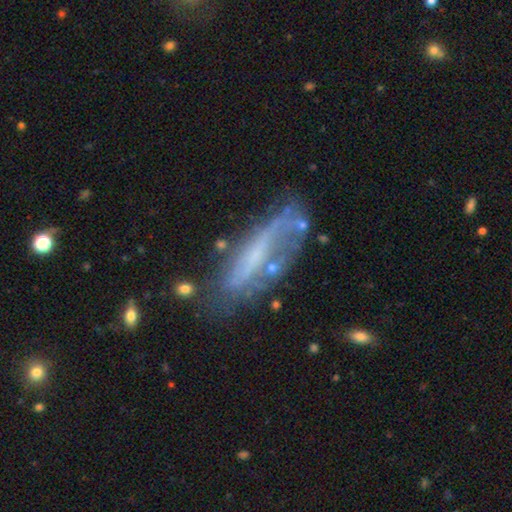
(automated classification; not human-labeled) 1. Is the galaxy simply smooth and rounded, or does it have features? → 58% featured or disk, 32% smooth, 10% star or artifact.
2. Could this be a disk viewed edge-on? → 59% no, 41% yes.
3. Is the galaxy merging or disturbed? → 52% none, 25% minor disturbance, 16% major disturbance, 7% merger.